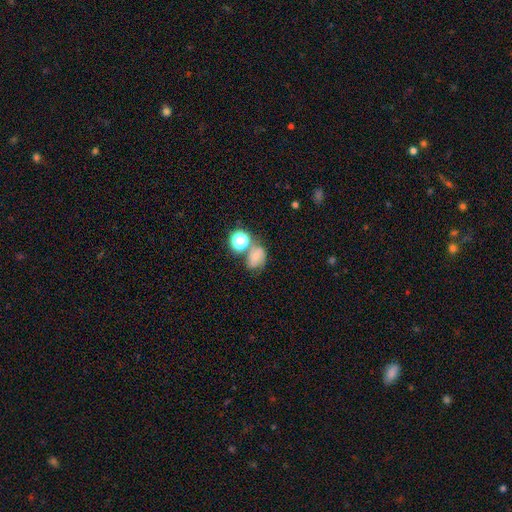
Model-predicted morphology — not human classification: A smooth galaxy with no disk features (55%) that is in between round and cigar-shaped (57%).

Vote fractions:
- Smooth or featured? smooth: 55% / featured or disk: 25% / star or artifact: 19%
- How rounded? in between: 57% / round: 41% / cigar-shaped: 1%
- Merging? none: 43% / merger: 27% / minor disturbance: 20% / major disturbance: 11%